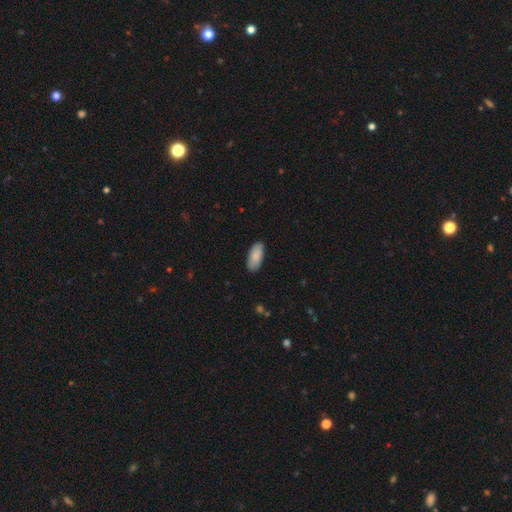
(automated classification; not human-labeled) smooth_or_featured: smooth (p=0.85) [alt: featured or disk p=0.10]
how_rounded: in between (p=0.89) [alt: cigar-shaped p=0.09]
merging: none (p=0.86) [alt: minor disturbance p=0.11]